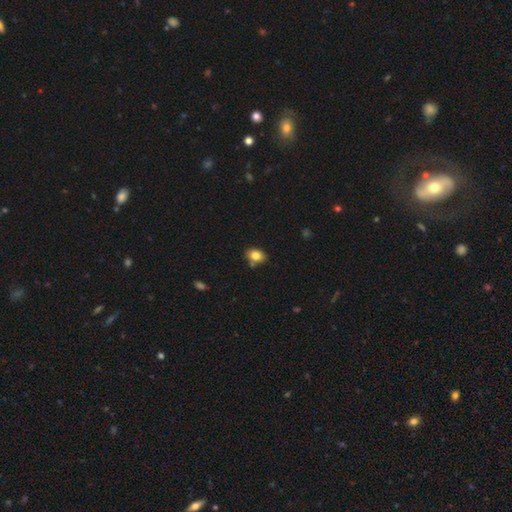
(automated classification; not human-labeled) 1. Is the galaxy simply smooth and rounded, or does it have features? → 81% smooth, 10% featured or disk, 10% star or artifact.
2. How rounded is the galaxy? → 72% in between, 26% round, 1% cigar-shaped.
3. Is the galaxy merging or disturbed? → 75% none, 14% minor disturbance, 8% merger, 3% major disturbance.